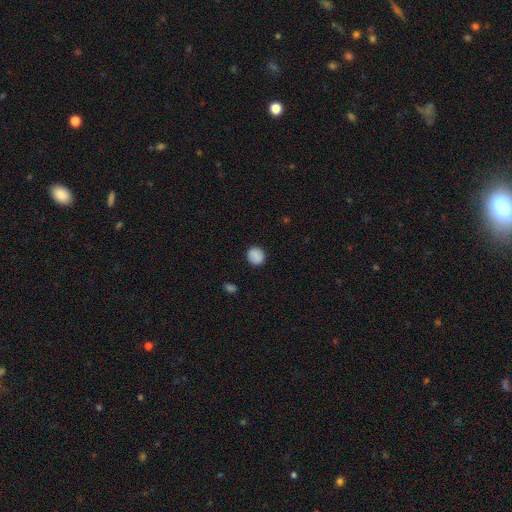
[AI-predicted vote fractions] smooth-or-featured: smooth: 85% | star or artifact: 8% | featured or disk: 7%
  how-rounded: round: 82% | in between: 17% | cigar-shaped: 1%
  merging: none: 87% | minor disturbance: 9% | major disturbance: 2% | merger: 1%